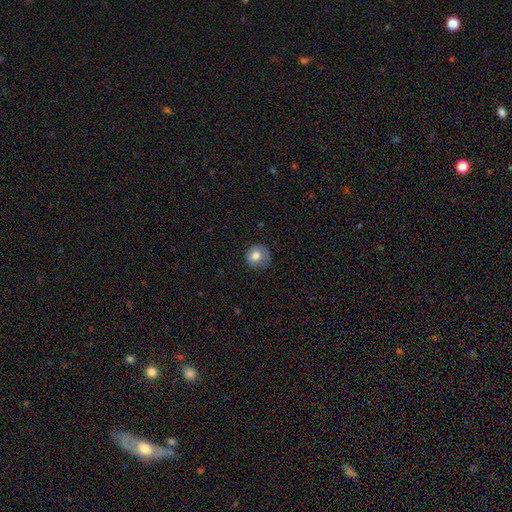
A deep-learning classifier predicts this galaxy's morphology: Smooth or featured: smooth — 79% (featured or disk — 12%)
How rounded: round — 88% (in between — 11%)
Merging: none — 73% (minor disturbance — 20%)